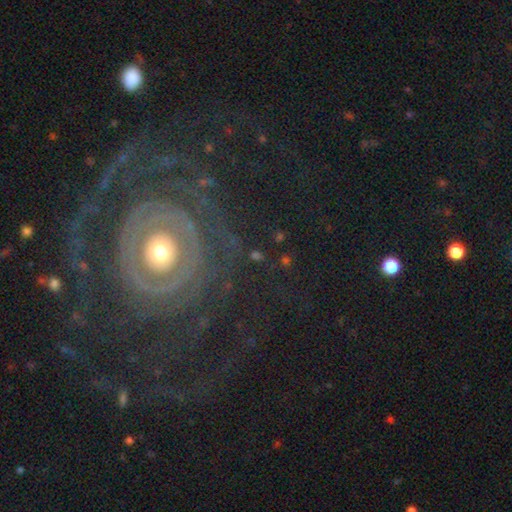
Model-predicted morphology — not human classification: This is likely a featured or disk galaxy (61%). It is clearly not viewed edge-on (94%). Bar: likely no (77%). Spiral arm pattern: likely yes (74%). Central bulge: likely moderate (60%). Merging: likely none (76%).